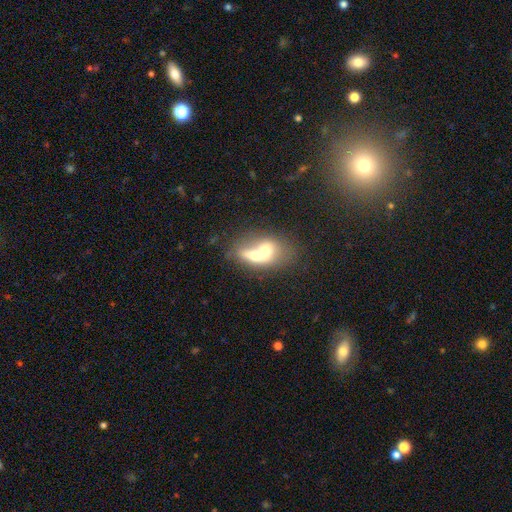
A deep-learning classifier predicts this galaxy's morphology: type=smooth (58%); roundness=in between (62%); merging=merger (74%).